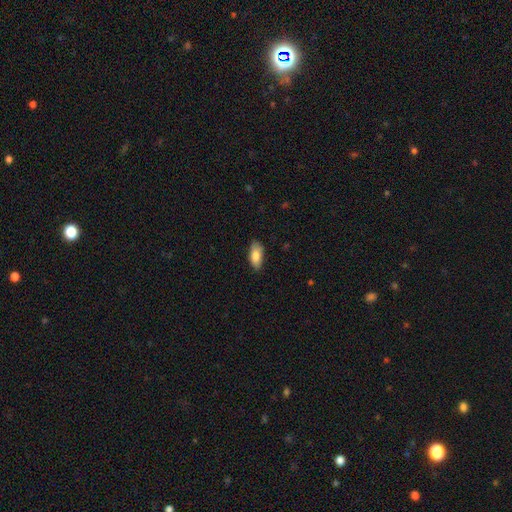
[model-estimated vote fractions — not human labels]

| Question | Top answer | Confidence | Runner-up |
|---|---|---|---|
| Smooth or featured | smooth | 83% | featured or disk (11%) |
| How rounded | in between | 89% | cigar-shaped (8%) |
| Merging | none | 82% | minor disturbance (14%) |